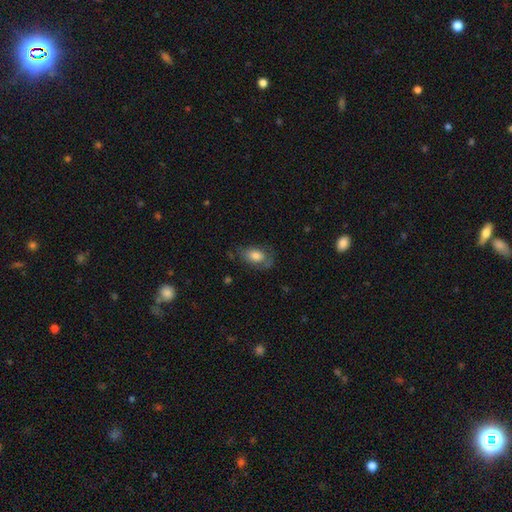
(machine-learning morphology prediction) A smooth galaxy with no disk features (70%) that is in between round and cigar-shaped (88%). Merging: none (60%).